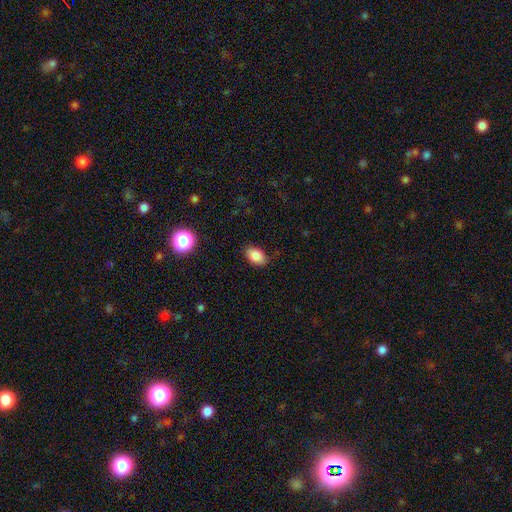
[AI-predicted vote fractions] Morphology: type=smooth (85%); roundness=in between (87%); merging=none (85%).